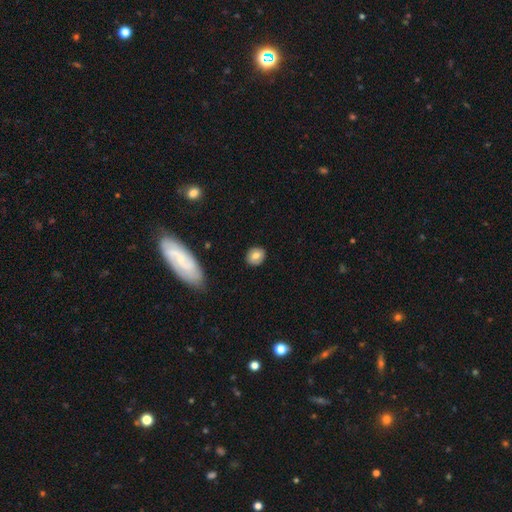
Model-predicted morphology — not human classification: Smooth or featured: smooth — 74% (featured or disk — 17%)
How rounded: round — 63% (in between — 36%)
Merging: none — 86% (minor disturbance — 11%)